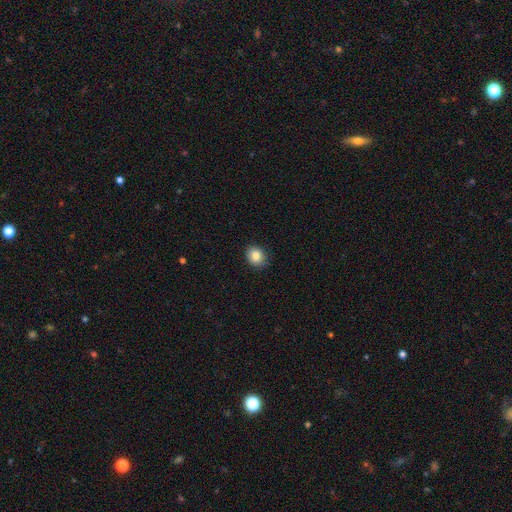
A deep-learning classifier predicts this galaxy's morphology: Smooth or featured? smooth (85%)
How rounded? round (59%)
Merging? none (88%)